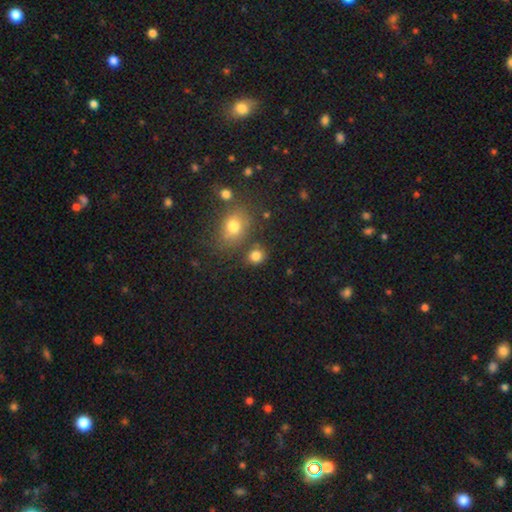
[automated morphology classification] smooth_or_featured: smooth (p=0.81) [alt: star or artifact p=0.13]
how_rounded: round (p=0.72) [alt: in between p=0.26]
merging: none (p=0.74) [alt: merger p=0.12]